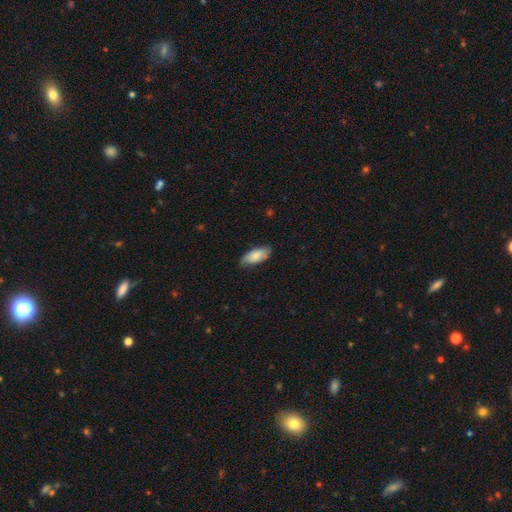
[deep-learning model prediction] The model was most divided on "merging": none: 76%, minor disturbance: 19%, major disturbance: 3%, merger: 1%. More confident: how rounded — in between (85%); smooth or featured — smooth (81%).